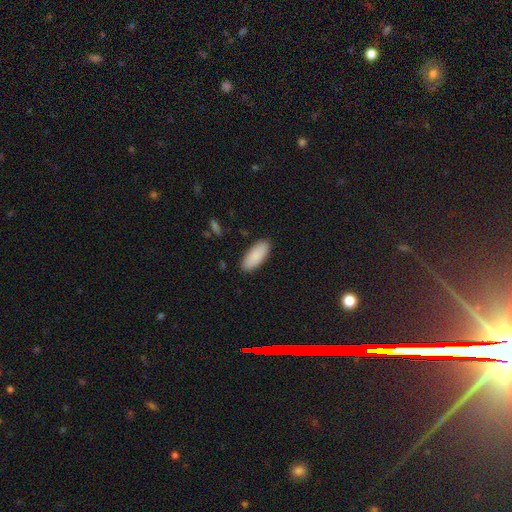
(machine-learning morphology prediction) Q: Smooth or featured?
A: smooth (88%); runner-up: featured or disk (6%)
Q: How rounded?
A: in between (84%); runner-up: cigar-shaped (14%)
Q: Merging?
A: none (88%); runner-up: minor disturbance (9%)